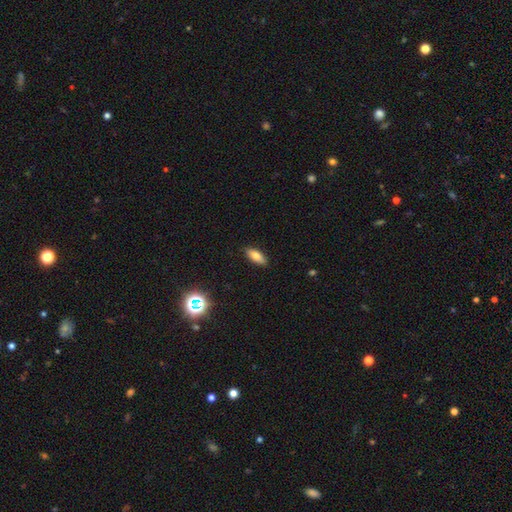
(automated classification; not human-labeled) The model was most divided on "how rounded": in between: 74%, cigar-shaped: 23%, round: 3%. More confident: merging — none (90%); smooth or featured — smooth (73%).